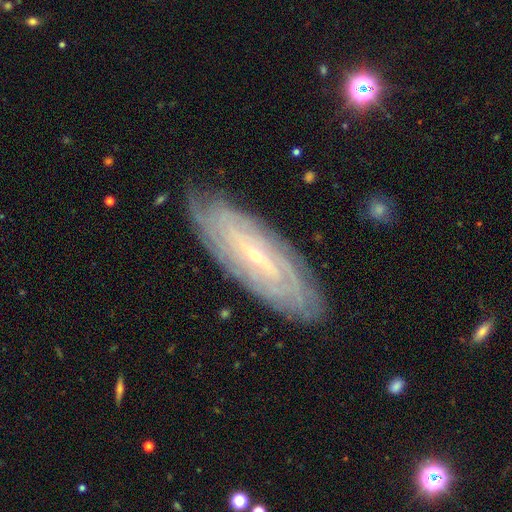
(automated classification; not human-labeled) Smooth or featured? featured or disk (85%)
Edge-on disk? no (86%)
Bar? no (42%)
Spiral arms? yes (94%)
Spiral winding? tight (80%)
Spiral arm count? can't tell (47%)
Bulge size? small (82%)
Merging? none (82%)